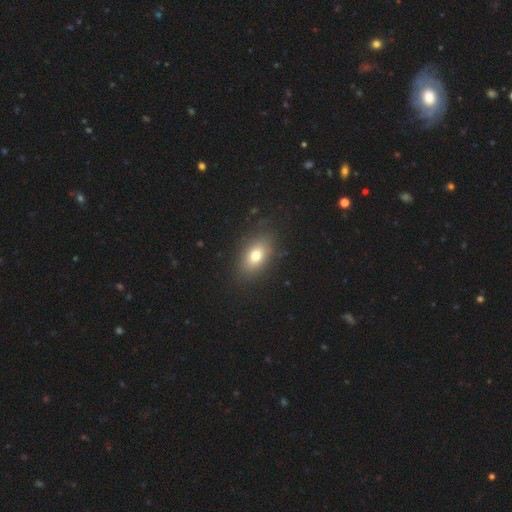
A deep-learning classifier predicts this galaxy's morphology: This appears to be a smooth galaxy with no disk features (74%) that is in between round and cigar-shaped (83%). Merging: none (84%).